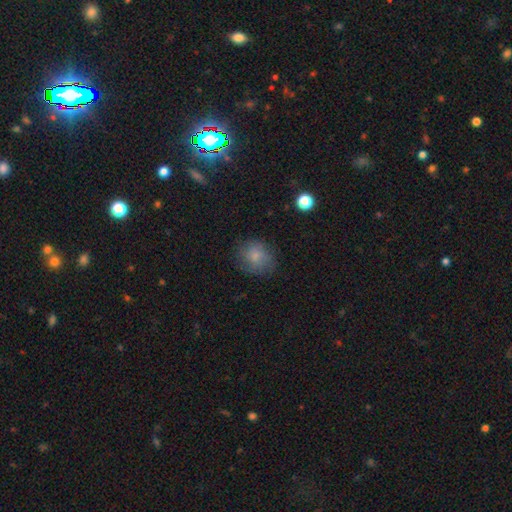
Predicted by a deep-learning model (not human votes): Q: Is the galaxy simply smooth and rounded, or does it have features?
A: smooth — 74%.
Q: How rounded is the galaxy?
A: round — 76%.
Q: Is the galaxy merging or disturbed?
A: none — 73%.